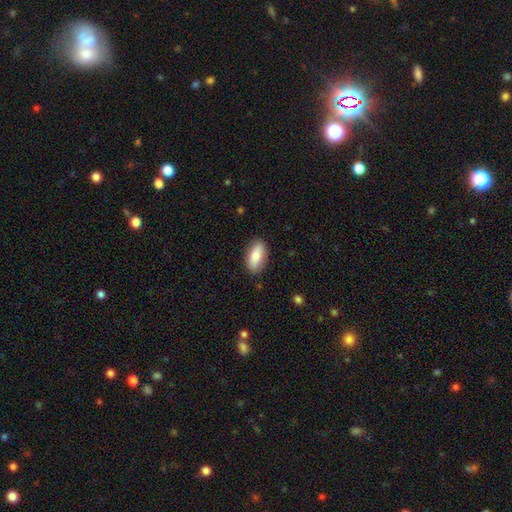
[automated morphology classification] This is likely a smooth galaxy (79%). How rounded: clearly in between (89%). Merging: clearly none (86%).